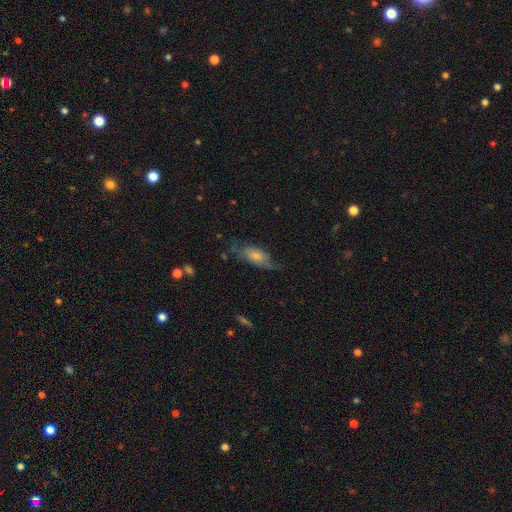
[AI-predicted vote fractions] Smooth or featured? Predicted: featured or disk (p=0.46). Merging? Predicted: none (p=0.58).